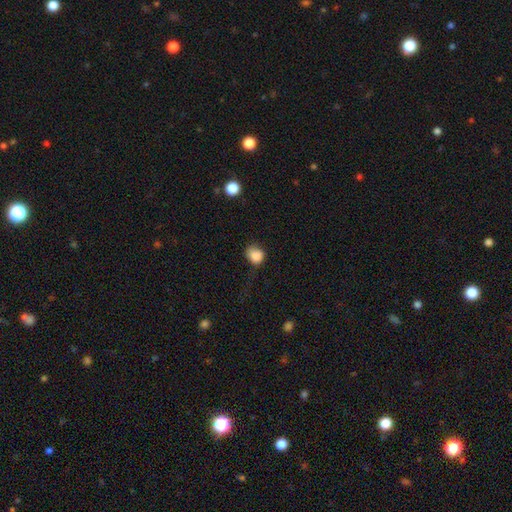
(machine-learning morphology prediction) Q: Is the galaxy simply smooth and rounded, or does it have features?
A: smooth — 84%.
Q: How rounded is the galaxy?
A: round — 63%.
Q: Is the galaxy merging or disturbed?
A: none — 44%.